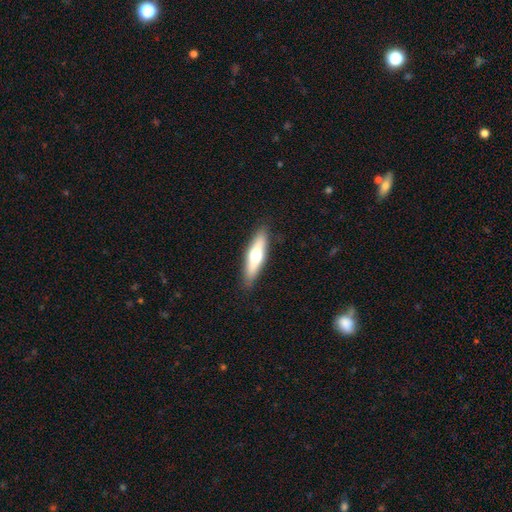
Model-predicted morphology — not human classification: The model was most divided on "smooth or featured": smooth: 52%, featured or disk: 42%, star or artifact: 6%. More confident: merging — none (88%); how rounded — cigar-shaped (67%).